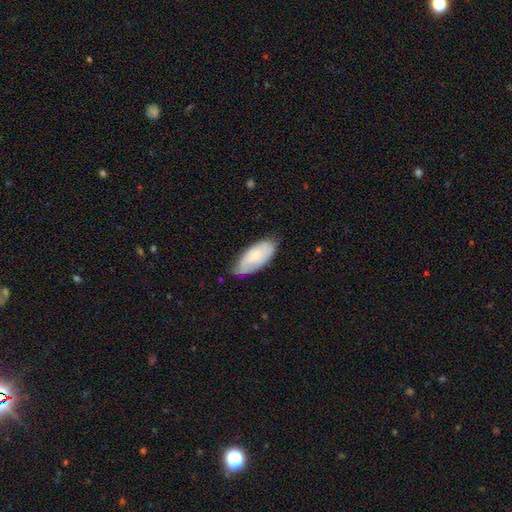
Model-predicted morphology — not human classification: smooth-or-featured: smooth: 68% | featured or disk: 26% | star or artifact: 6%
  how-rounded: in between: 89% | cigar-shaped: 9% | round: 2%
  merging: none: 66% | minor disturbance: 28% | major disturbance: 5% | merger: 1%